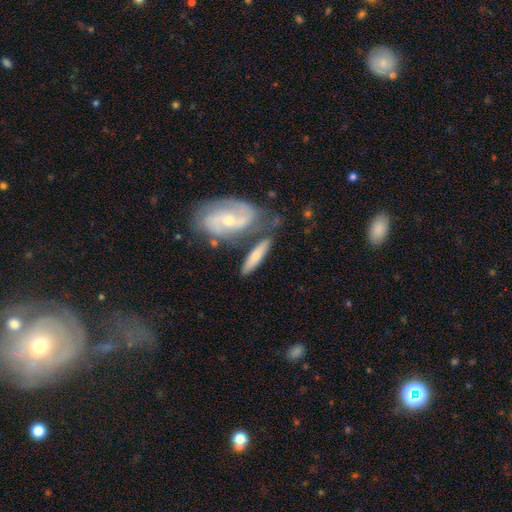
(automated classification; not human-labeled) Smooth or featured? Predicted: smooth (p=0.51). How rounded? Predicted: cigar-shaped (p=0.69). Merging? Predicted: none (p=0.58).